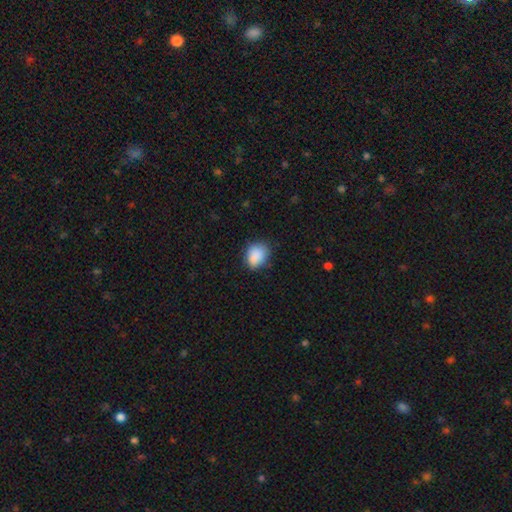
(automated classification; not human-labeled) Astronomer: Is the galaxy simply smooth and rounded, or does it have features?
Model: smooth — 88%.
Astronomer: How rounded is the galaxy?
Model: in between — 56% (runner-up: round, 43%).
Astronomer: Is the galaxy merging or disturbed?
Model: none — 74%.